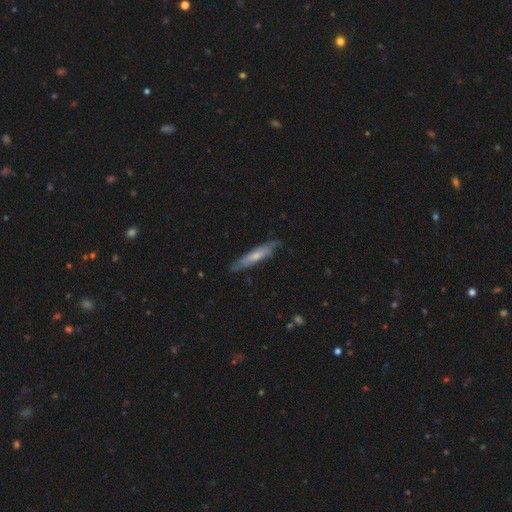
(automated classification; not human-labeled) Smooth or featured? Predicted: smooth (p=0.48). Merging? Predicted: none (p=0.77).